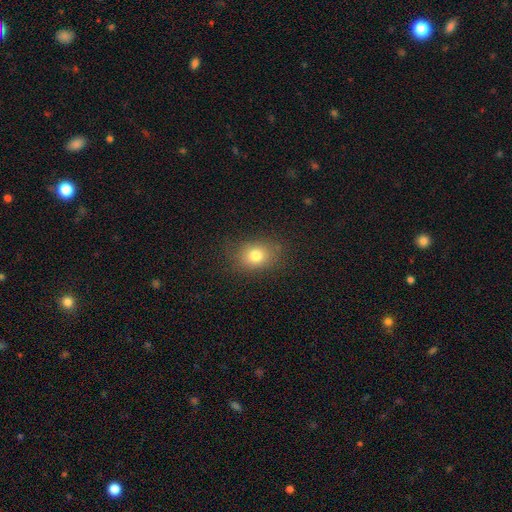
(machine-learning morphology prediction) smooth-or-featured: smooth: 78% | star or artifact: 13% | featured or disk: 10%
  how-rounded: in between: 53% | round: 46% | cigar-shaped: 1%
  merging: none: 81% | minor disturbance: 13% | major disturbance: 5% | merger: 1%